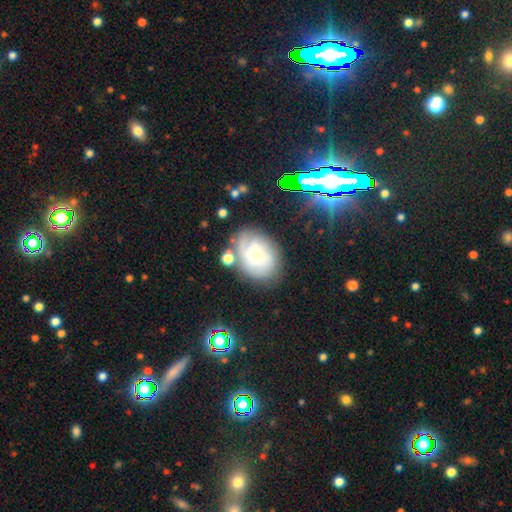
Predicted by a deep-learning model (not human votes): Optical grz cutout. It shows a featured or disk galaxy (60%) with no bar (79%), spiral arms (80%) and a small central bulge (60%). Merging: none (63%).